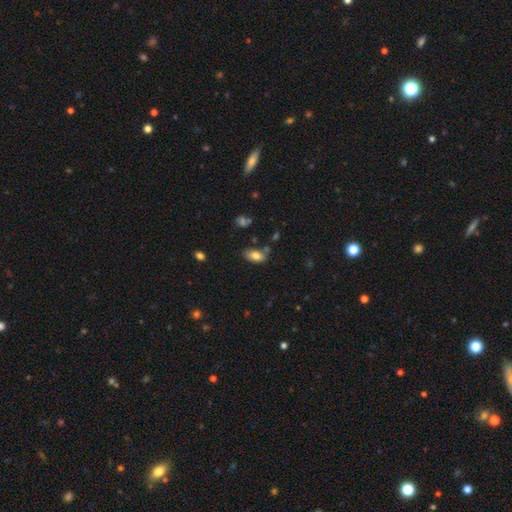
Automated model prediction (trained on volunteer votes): Smooth or featured: smooth — 80% (featured or disk — 12%)
How rounded: in between — 92% (round — 5%)
Merging: none — 68% (minor disturbance — 20%)